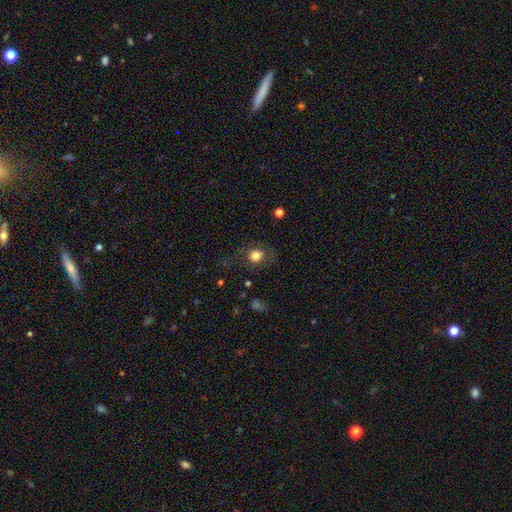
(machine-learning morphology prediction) The model was most divided on "how rounded": round: 75%, in between: 24%, cigar-shaped: 1%. More confident: smooth or featured — smooth (75%); merging — none (72%).